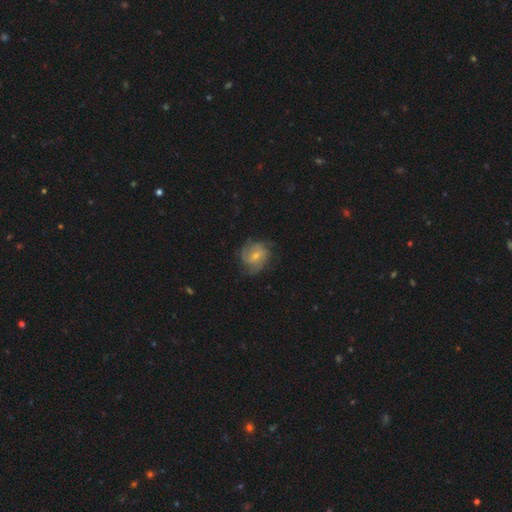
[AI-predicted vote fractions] smooth_or_featured: featured or disk (p=0.67) [alt: smooth p=0.26]
disk_edge_on: no (p=0.97) [alt: yes p=0.03]
bar: no (p=0.47) [alt: weak p=0.44]
has_spiral_arms: yes (p=0.89) [alt: no p=0.11]
spiral_winding: medium (p=0.42) [alt: tight p=0.41]
spiral_arm_count: 2 (p=0.35) [alt: can't tell p=0.28]
bulge_size: small (p=0.54) [alt: moderate p=0.41]
merging: none (p=0.65) [alt: minor disturbance p=0.24]